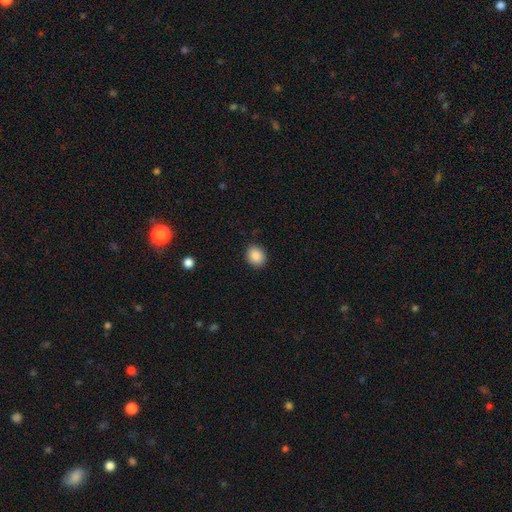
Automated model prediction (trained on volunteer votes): This appears to be a smooth galaxy with no disk features (88%) that is round (63%). Merging: none (89%).